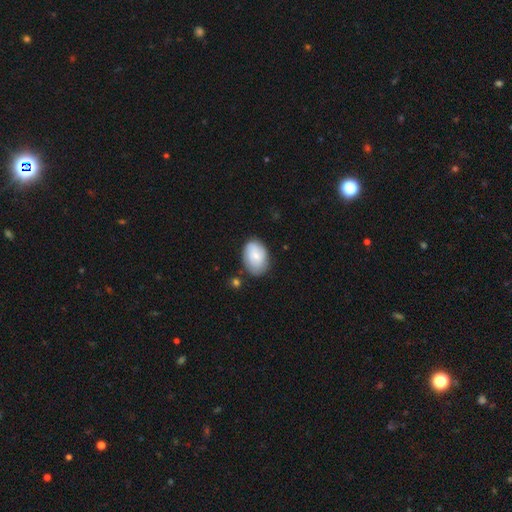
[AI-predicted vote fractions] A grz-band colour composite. It shows a smooth galaxy with no disk features (70%) that is in between round and cigar-shaped (81%). Merging: none (73%).